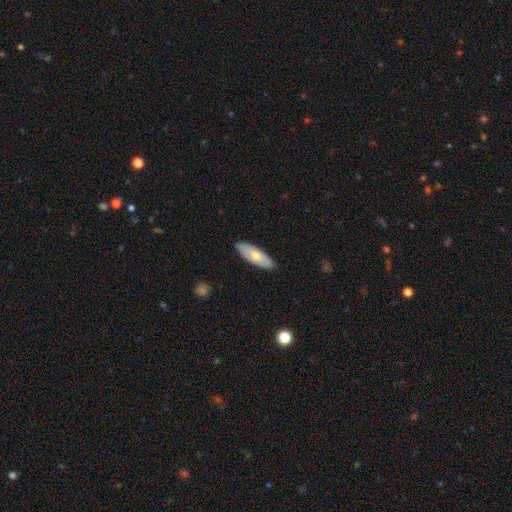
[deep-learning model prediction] smooth_or_featured: smooth (p=0.56) [alt: featured or disk p=0.39]
how_rounded: in between (p=0.68) [alt: cigar-shaped p=0.30]
merging: none (p=0.86) [alt: minor disturbance p=0.11]